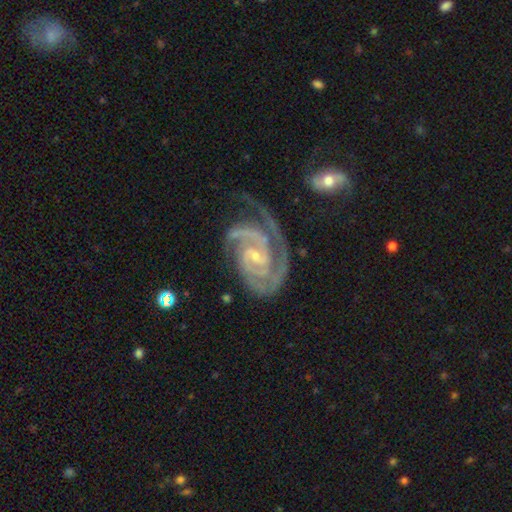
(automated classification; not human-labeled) Smooth or featured?
  - featured or disk: 93% *
  - star or artifact: 4%
  - smooth: 3%
Edge-on disk?
  - no: 98% *
  - yes: 2%
Bar?
  - weak: 42% *
  - no: 40%
  - strong: 19%
Spiral arms?
  - yes: 99% *
  - no: 1%
Spiral winding?
  - tight: 64% *
  - medium: 31%
  - loose: 4%
Spiral arm count?
  - 2: 62% *
  - 3: 20%
  - can't tell: 7%
  - 4: 4%
  - 1: 4%
  - more than 4: 3%
Bulge size?
  - small: 77% *
  - moderate: 17%
  - none: 3%
  - large: 1%
  - dominant: 1%
Merging?
  - none: 57% *
  - minor disturbance: 23%
  - major disturbance: 17%
  - merger: 4%